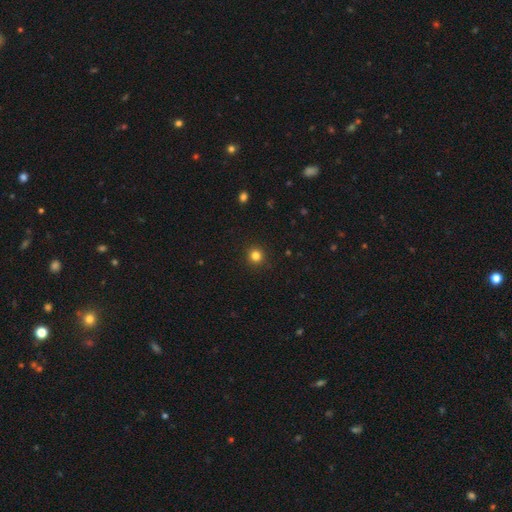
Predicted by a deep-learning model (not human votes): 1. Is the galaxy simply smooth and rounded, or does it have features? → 82% smooth, 13% star or artifact, 5% featured or disk.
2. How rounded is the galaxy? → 94% round, 5% in between, 1% cigar-shaped.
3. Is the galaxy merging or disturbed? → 92% none, 5% minor disturbance, 2% major disturbance, 1% merger.